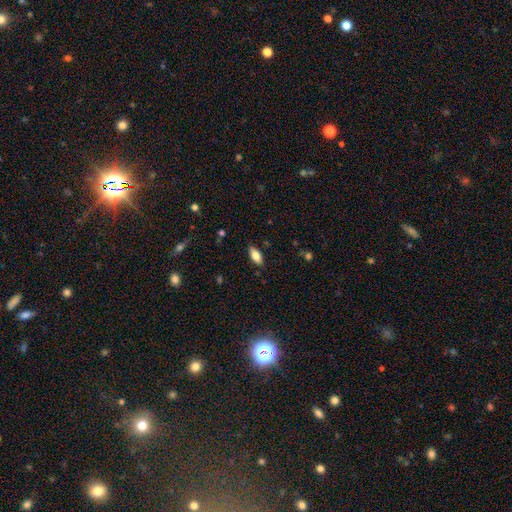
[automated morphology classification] smooth_or_featured: smooth (p=0.74) [alt: featured or disk p=0.18]
how_rounded: in between (p=0.84) [alt: cigar-shaped p=0.14]
merging: none (p=0.86) [alt: minor disturbance p=0.11]